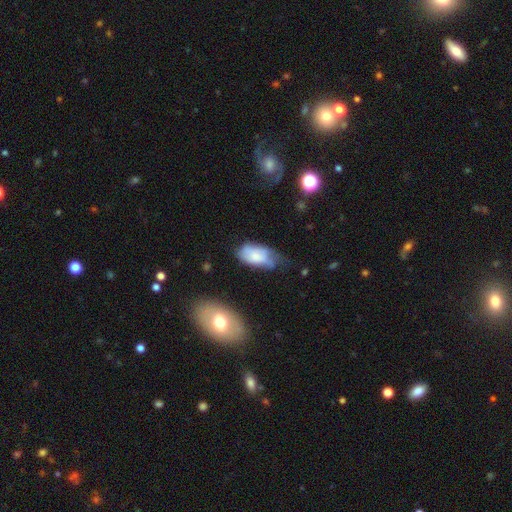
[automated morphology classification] Smooth or featured: smooth — 63% (featured or disk — 29%)
How rounded: in between — 93% (round — 4%)
Merging: minor disturbance — 40% (none — 30%)